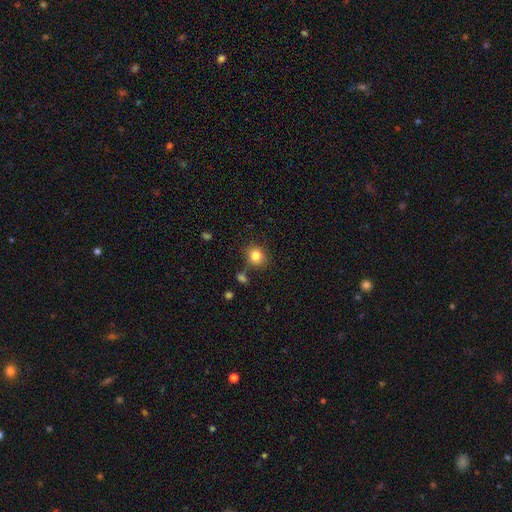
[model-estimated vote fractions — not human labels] Smooth or featured?
  - smooth: 82% *
  - star or artifact: 11%
  - featured or disk: 7%
How rounded?
  - round: 81% *
  - in between: 18%
  - cigar-shaped: 1%
Merging?
  - none: 80% *
  - minor disturbance: 11%
  - merger: 6%
  - major disturbance: 3%